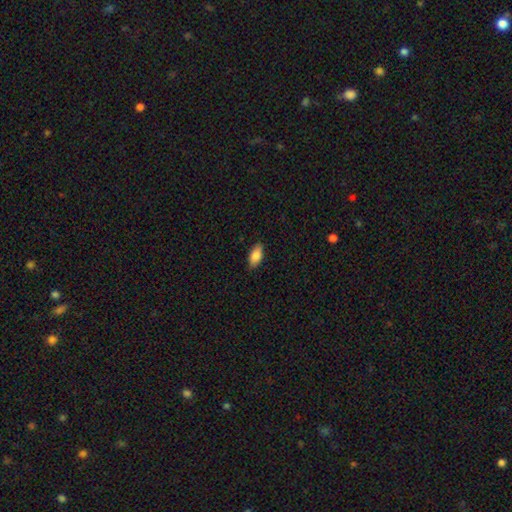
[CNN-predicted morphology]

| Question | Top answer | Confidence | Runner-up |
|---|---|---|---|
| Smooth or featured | smooth | 86% | featured or disk (8%) |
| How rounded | in between | 90% | cigar-shaped (7%) |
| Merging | none | 87% | minor disturbance (10%) |